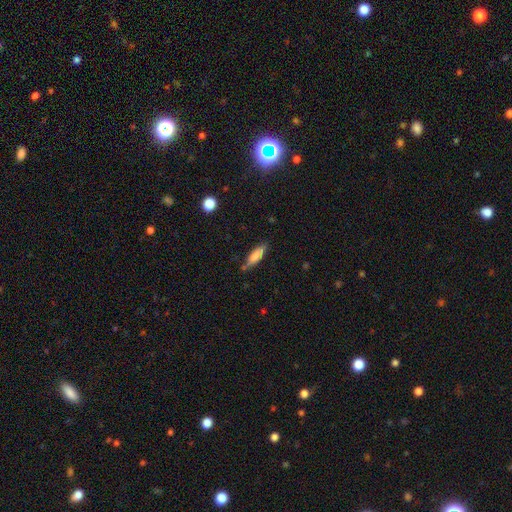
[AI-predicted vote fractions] A smooth galaxy with no disk features (76%) that is cigar-shaped (56%). Merging: none (72%).